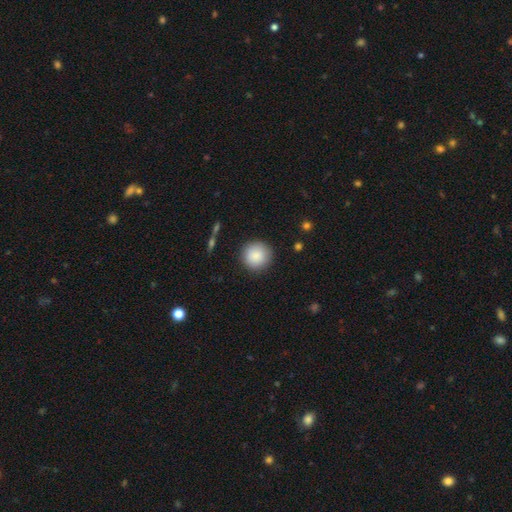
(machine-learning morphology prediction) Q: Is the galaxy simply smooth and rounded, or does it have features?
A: smooth — 88%.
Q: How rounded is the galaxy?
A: round — 95%.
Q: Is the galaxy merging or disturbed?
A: none — 90%.